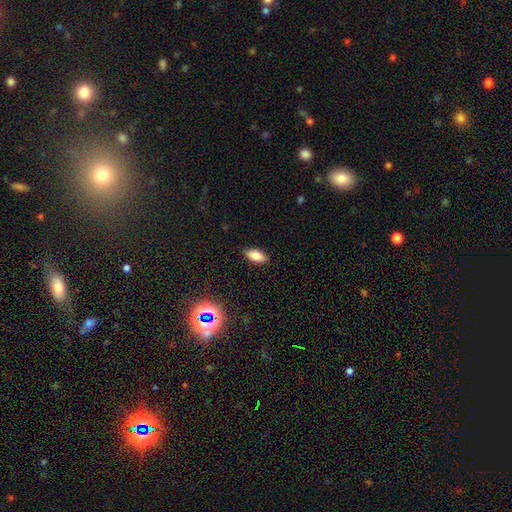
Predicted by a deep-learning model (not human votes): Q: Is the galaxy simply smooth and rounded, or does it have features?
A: smooth — 79%.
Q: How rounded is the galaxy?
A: in between — 87%.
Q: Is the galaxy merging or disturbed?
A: none — 88%.